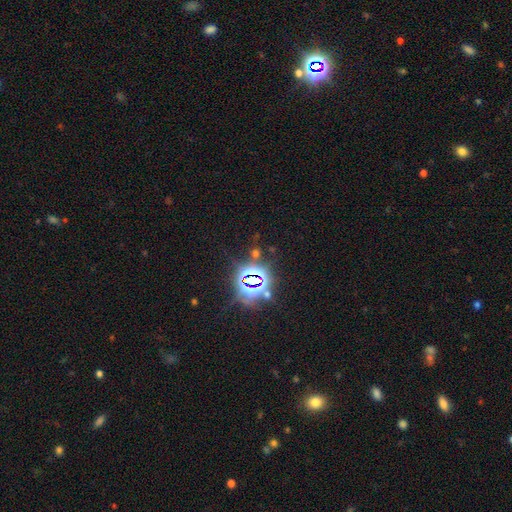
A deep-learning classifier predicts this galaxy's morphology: A star or artifact, not a galaxy (82%).

Vote fractions:
- Smooth or featured? star or artifact: 82% / smooth: 10% / featured or disk: 8%